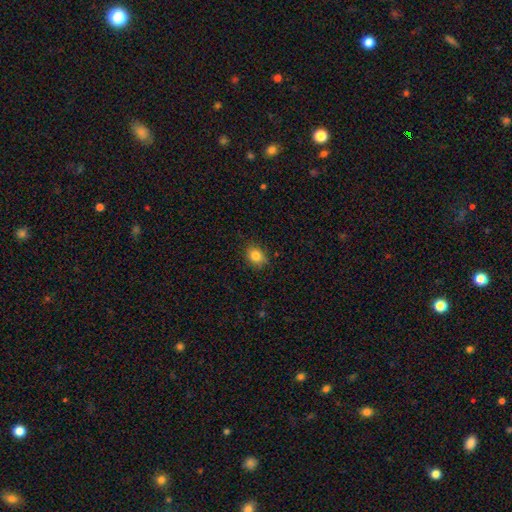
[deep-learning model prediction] smooth_or_featured: smooth (p=0.83) [alt: star or artifact p=0.10]
how_rounded: round (p=0.55) [alt: in between p=0.44]
merging: none (p=0.81) [alt: minor disturbance p=0.15]